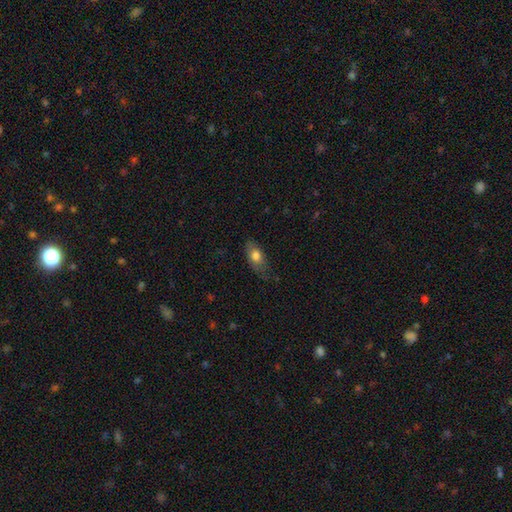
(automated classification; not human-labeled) Overall: smooth (76%). How rounded: in between (86%). Merging: none (67%).